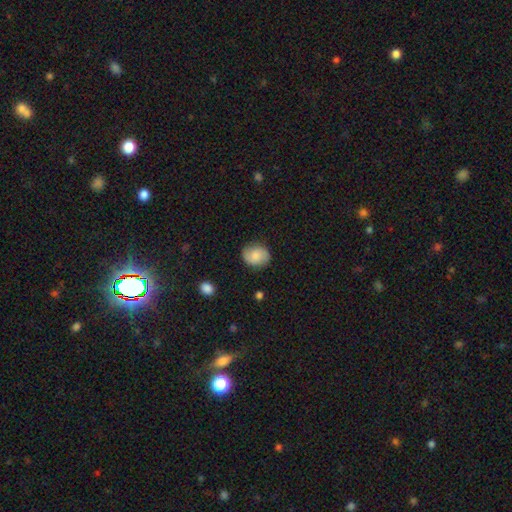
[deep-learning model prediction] Q: Smooth or featured?
A: smooth (68%); runner-up: featured or disk (24%)
Q: How rounded?
A: round (59%); runner-up: in between (40%)
Q: Merging?
A: none (81%); runner-up: minor disturbance (14%)